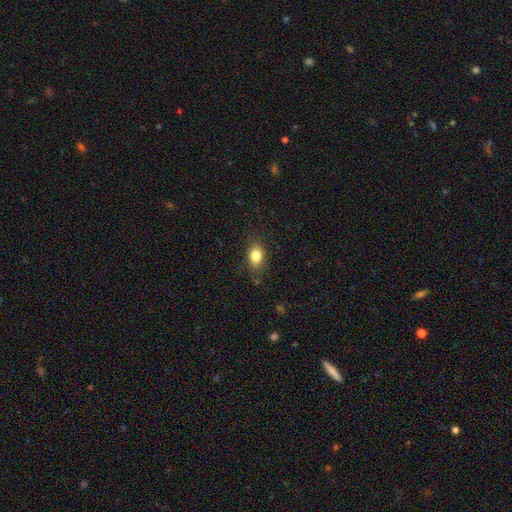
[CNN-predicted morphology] A smooth galaxy with no disk features (83%) that is in between round and cigar-shaped (81%).

Vote fractions:
- Smooth or featured? smooth: 83% / star or artifact: 9% / featured or disk: 8%
- How rounded? in between: 81% / round: 17% / cigar-shaped: 2%
- Merging? none: 82% / minor disturbance: 13% / major disturbance: 4% / merger: 1%